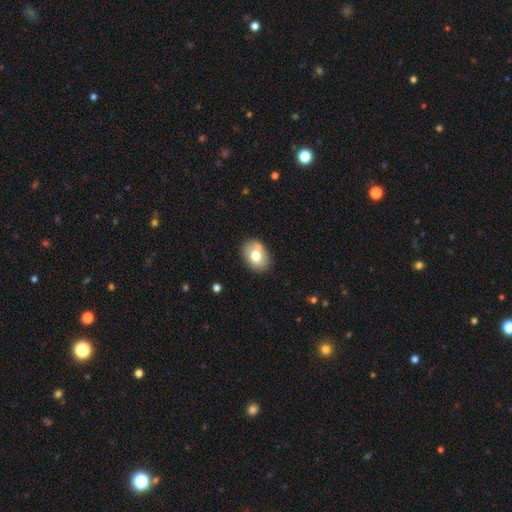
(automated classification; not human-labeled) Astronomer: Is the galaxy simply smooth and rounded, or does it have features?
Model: smooth — 73%.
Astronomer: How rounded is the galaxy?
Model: in between — 71%.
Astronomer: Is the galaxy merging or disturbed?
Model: none — 75%.